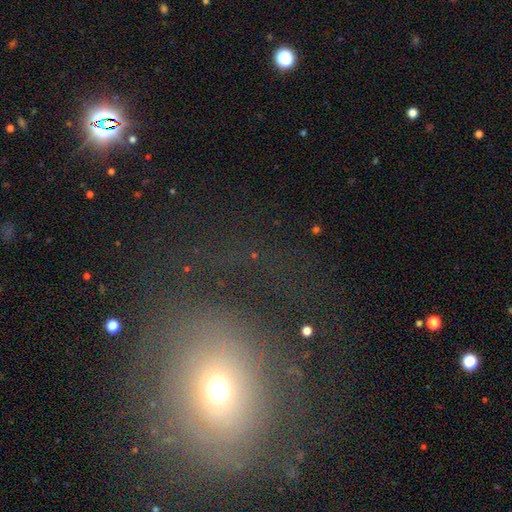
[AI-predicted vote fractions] Overall: smooth (46%; featured or disk 30%). Merging: none (57%; major disturbance 26%).